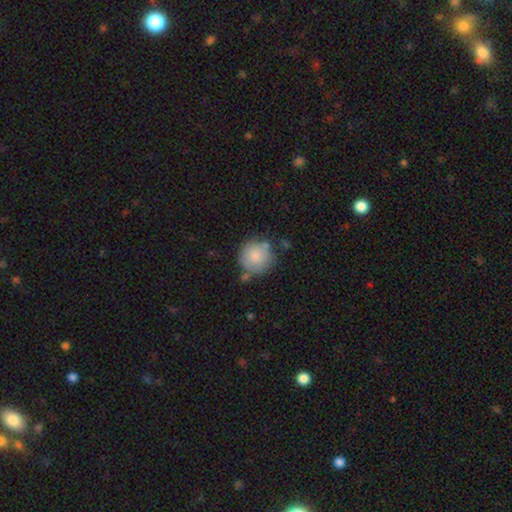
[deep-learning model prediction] This appears to be a smooth galaxy with no disk features (80%) that is round (93%). Merging: none (68%).